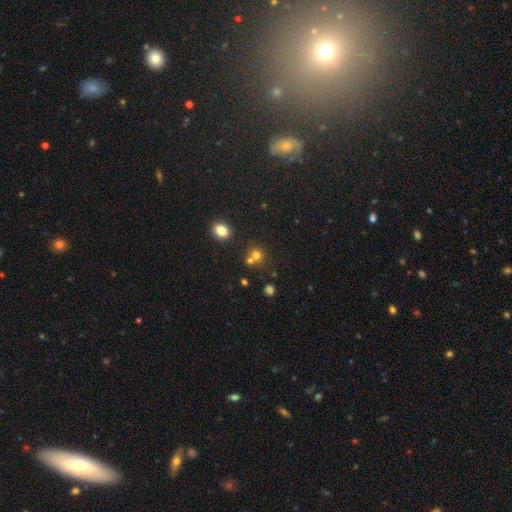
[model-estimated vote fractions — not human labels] Overall: smooth (72%). How rounded: round (85%). Merging: none (56%; merger 34%).